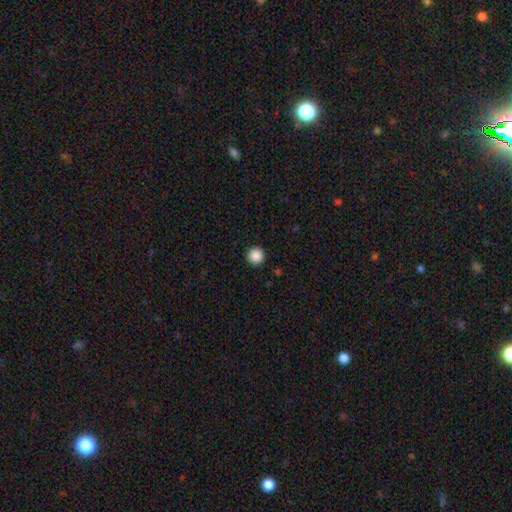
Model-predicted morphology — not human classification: Smooth or featured? smooth (88%)
How rounded? round (96%)
Merging? none (93%)